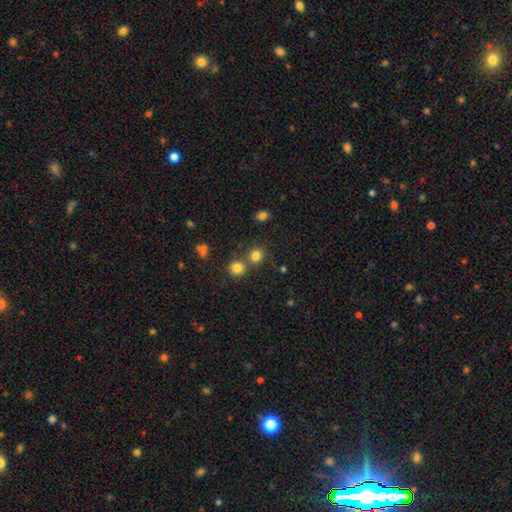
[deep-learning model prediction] smooth_or_featured: smooth (p=0.79) [alt: star or artifact p=0.15]
how_rounded: round (p=0.84) [alt: in between p=0.15]
merging: none (p=0.65) [alt: merger p=0.24]